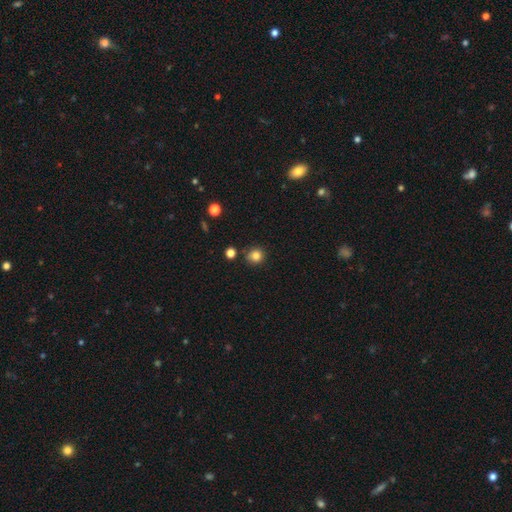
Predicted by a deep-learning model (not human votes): smooth-or-featured: smooth: 83% | star or artifact: 12% | featured or disk: 5%
  how-rounded: round: 90% | in between: 10% | cigar-shaped: 1%
  merging: none: 82% | minor disturbance: 10% | merger: 5% | major disturbance: 3%